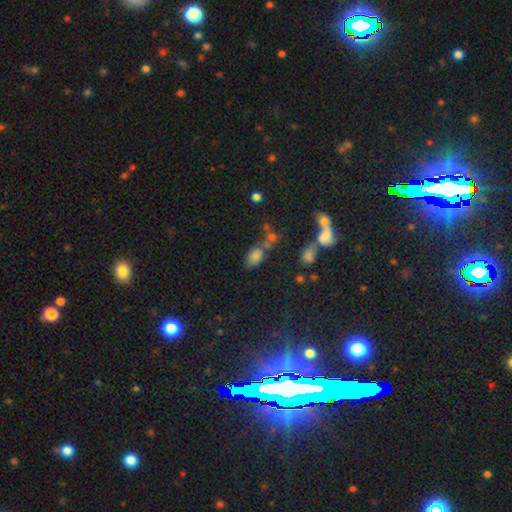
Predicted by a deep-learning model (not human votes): Smooth or featured?
  - smooth: 70% *
  - star or artifact: 20%
  - featured or disk: 10%
How rounded?
  - in between: 84% *
  - round: 12%
  - cigar-shaped: 3%
Merging?
  - none: 48% *
  - merger: 27%
  - minor disturbance: 16%
  - major disturbance: 9%